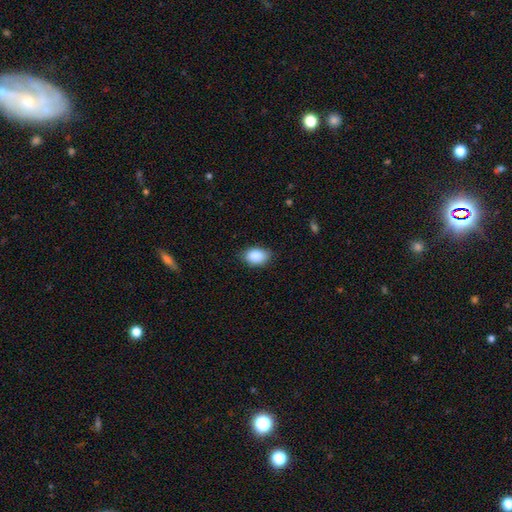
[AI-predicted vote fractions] Smooth or featured: smooth — 85% (star or artifact — 8%)
How rounded: in between — 83% (round — 15%)
Merging: none — 83% (minor disturbance — 14%)